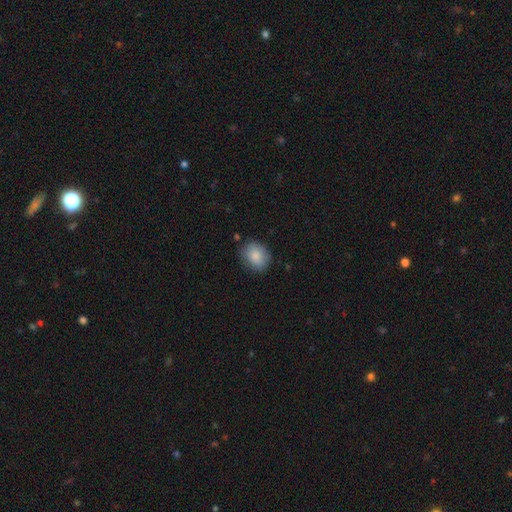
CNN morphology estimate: smooth_or_featured: smooth (p=0.85) [alt: featured or disk p=0.08]
how_rounded: round (p=0.50) [alt: in between p=0.49]
merging: none (p=0.79) [alt: minor disturbance p=0.16]